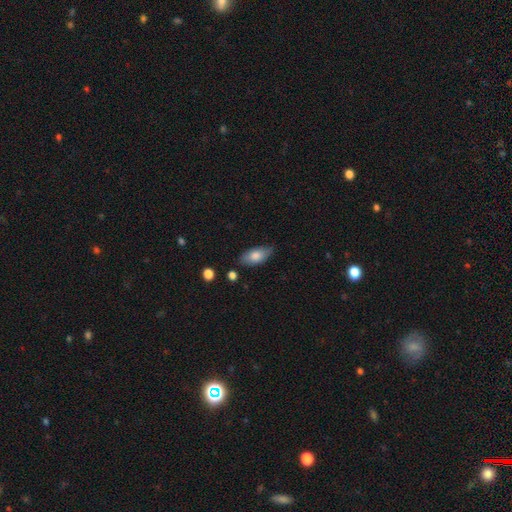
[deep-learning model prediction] Smooth or featured?
  - smooth: 78% *
  - featured or disk: 15%
  - star or artifact: 7%
How rounded?
  - in between: 90% *
  - cigar-shaped: 6%
  - round: 3%
Merging?
  - none: 73% *
  - minor disturbance: 20%
  - major disturbance: 4%
  - merger: 3%